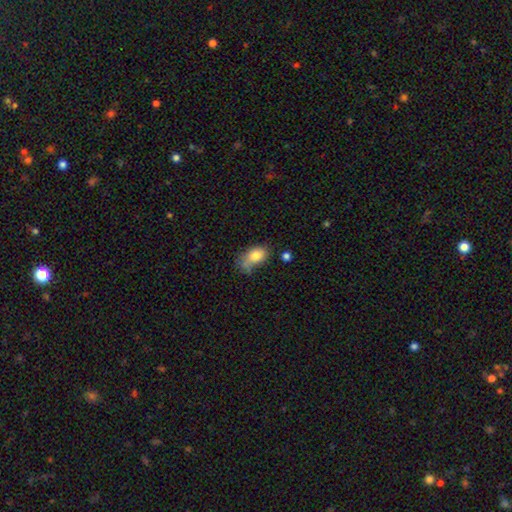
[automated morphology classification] A smooth galaxy with no disk features (77%) that is in between round and cigar-shaped (81%). Merging: none (36%).